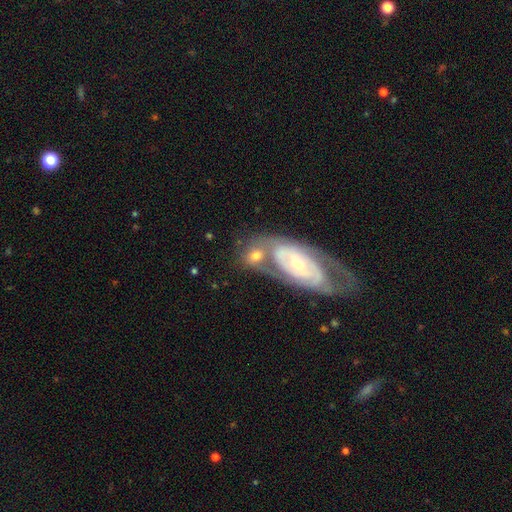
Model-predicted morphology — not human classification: featured or disk 48%, smooth 44%, star or artifact 7%. Down the decision tree: merging — merger (47%).